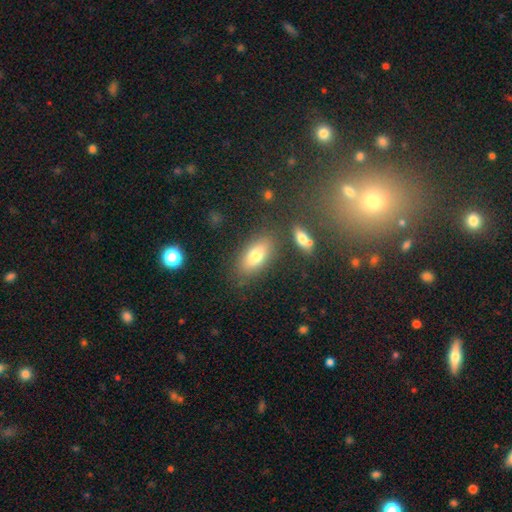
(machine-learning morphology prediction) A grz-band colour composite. It shows a smooth galaxy with no disk features (74%) that is in between round and cigar-shaped (85%). Merging: none (77%).